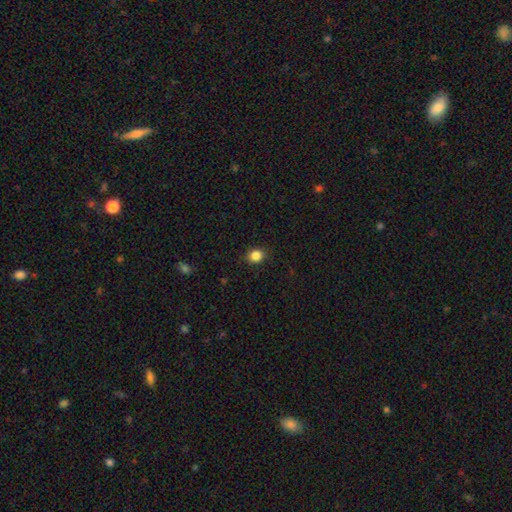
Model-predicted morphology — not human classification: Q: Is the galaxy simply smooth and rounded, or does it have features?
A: smooth — 85%.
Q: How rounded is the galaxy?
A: round — 69%.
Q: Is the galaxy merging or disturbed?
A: none — 89%.